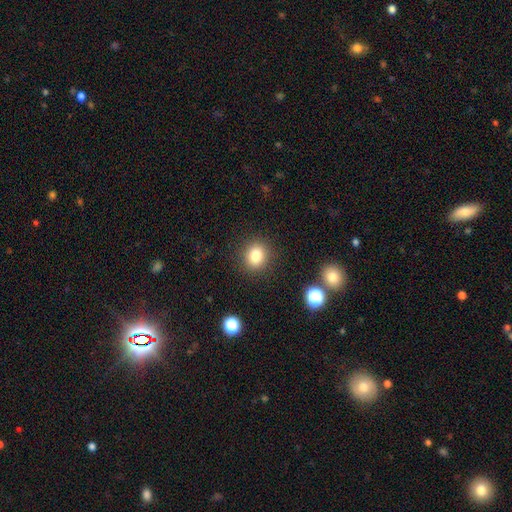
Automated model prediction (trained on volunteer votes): A smooth galaxy with no disk features (81%) that is round (75%). Merging: none (89%).